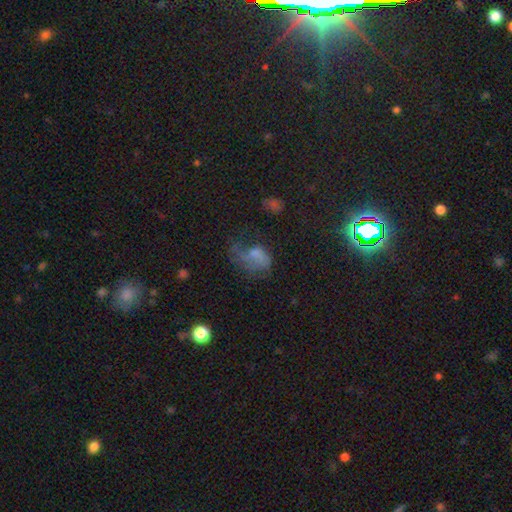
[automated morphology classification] smooth_or_featured: smooth (p=0.46) [alt: featured or disk p=0.36]
merging: major disturbance (p=0.48) [alt: none p=0.25]